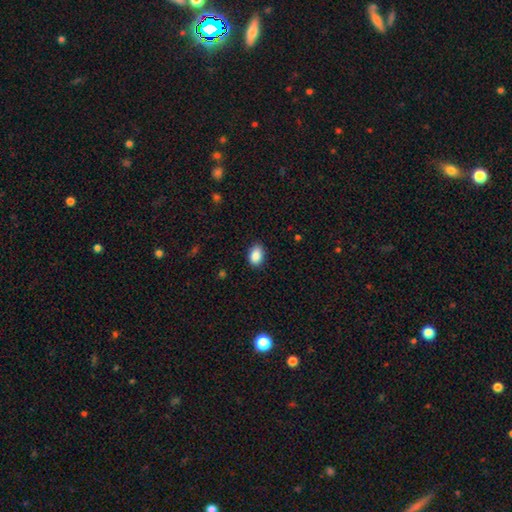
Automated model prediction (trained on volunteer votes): Smooth or featured?
  - smooth: 89% *
  - star or artifact: 8%
  - featured or disk: 3%
How rounded?
  - in between: 82% *
  - round: 17%
  - cigar-shaped: 1%
Merging?
  - none: 87% *
  - minor disturbance: 10%
  - major disturbance: 2%
  - merger: 1%